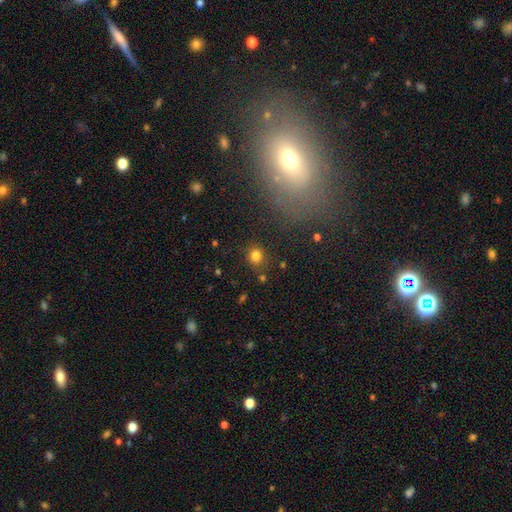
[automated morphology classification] This appears to be a smooth galaxy with no disk features (81%) that is round (77%). Merging: none (83%).